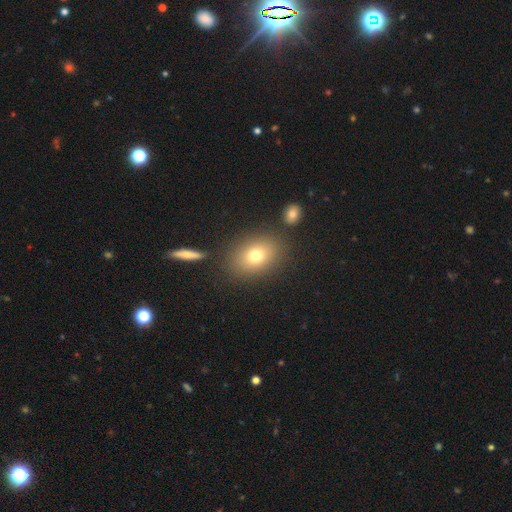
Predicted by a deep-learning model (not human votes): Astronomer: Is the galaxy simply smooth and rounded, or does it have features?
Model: smooth — 74%.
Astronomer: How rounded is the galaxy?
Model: in between — 65%.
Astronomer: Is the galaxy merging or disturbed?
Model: none — 83%.